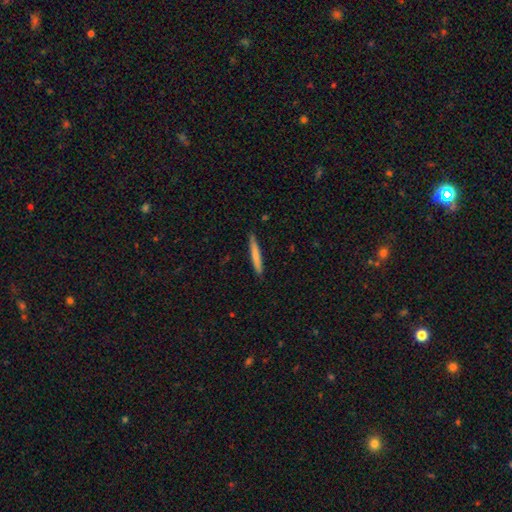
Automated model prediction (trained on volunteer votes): This is likely a smooth galaxy (74%). How rounded: clearly cigar-shaped (96%). Merging: clearly none (87%).